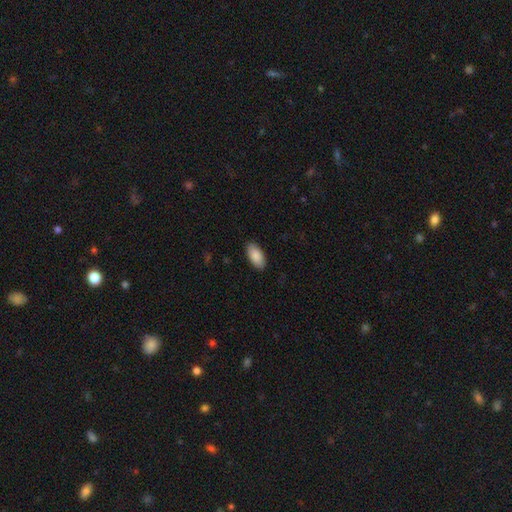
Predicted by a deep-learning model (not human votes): Morphology: type=smooth (89%); roundness=in between (93%); merging=none (89%).